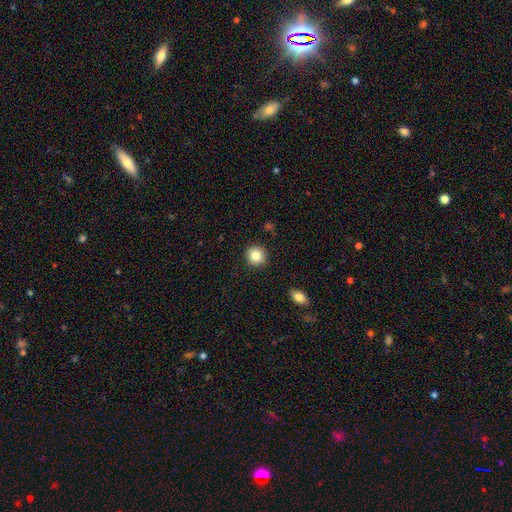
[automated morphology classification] This appears to be a smooth galaxy with no disk features (84%) that is round (91%). Merging: none (91%).